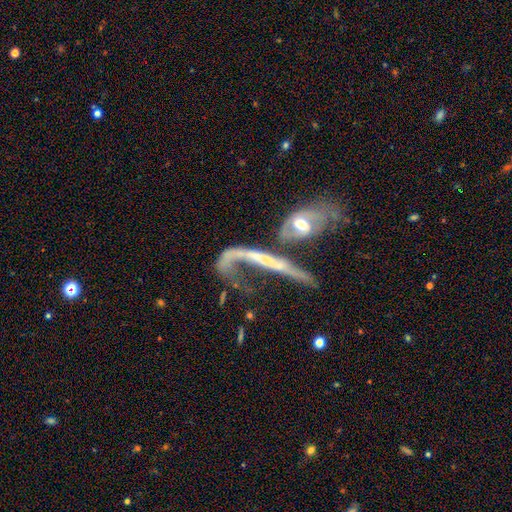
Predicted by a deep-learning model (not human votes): featured or disk 65%, smooth 25%, star or artifact 10%. Down the decision tree: edge-on disk — no (71%); merging — merger (48%).